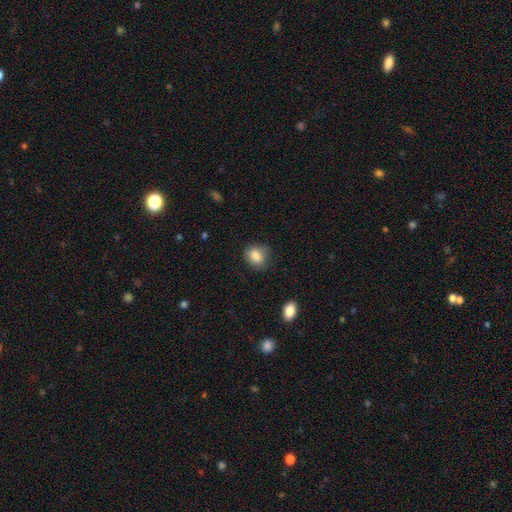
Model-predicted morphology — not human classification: Smooth or featured?
  - smooth: 85% *
  - star or artifact: 9%
  - featured or disk: 7%
How rounded?
  - in between: 55% *
  - round: 43%
  - cigar-shaped: 1%
Merging?
  - none: 74% *
  - minor disturbance: 19%
  - major disturbance: 5%
  - merger: 1%